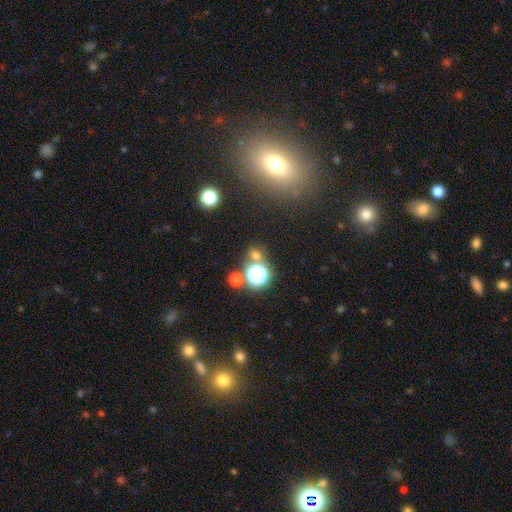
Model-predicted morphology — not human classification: Smooth or featured?
  - smooth: 54% *
  - star or artifact: 38%
  - featured or disk: 8%
How rounded?
  - round: 79% *
  - in between: 20%
  - cigar-shaped: 2%
Merging?
  - none: 69% *
  - merger: 17%
  - minor disturbance: 9%
  - major disturbance: 5%